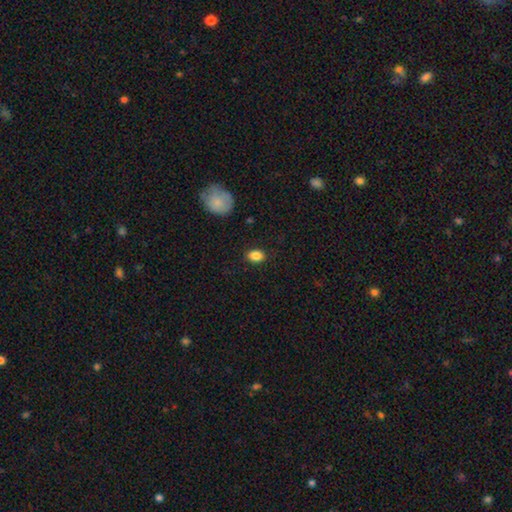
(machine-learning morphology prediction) A smooth galaxy with no disk features (86%) that is in between round and cigar-shaped (73%). Merging: none (86%).